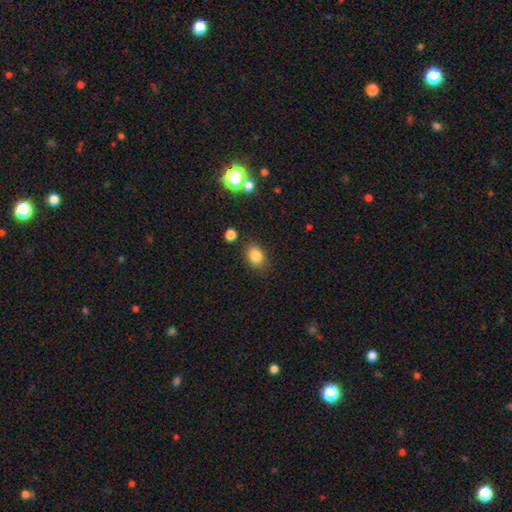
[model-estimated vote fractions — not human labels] Morphology: type=smooth (83%); roundness=in between (62%); merging=none (80%).